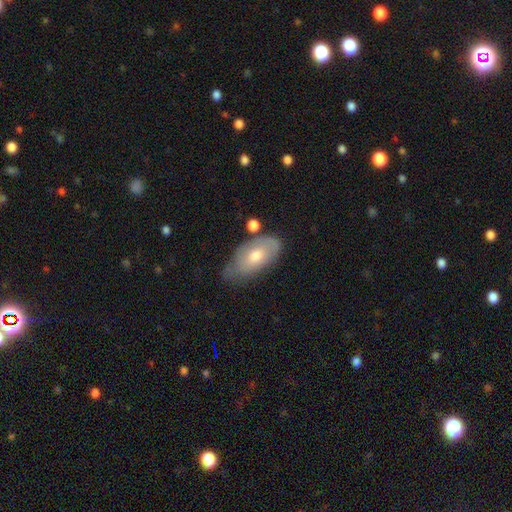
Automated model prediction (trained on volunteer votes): Smooth or featured? smooth (60%)
How rounded? in between (92%)
Merging? none (52%)